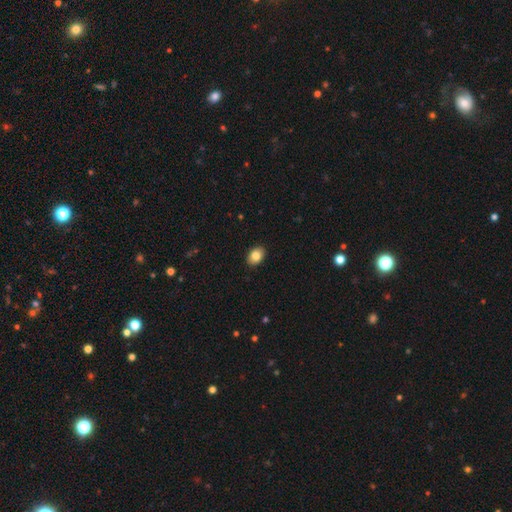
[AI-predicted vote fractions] This is clearly a smooth galaxy (85%). How rounded: likely in between (77%). Merging: clearly none (90%).